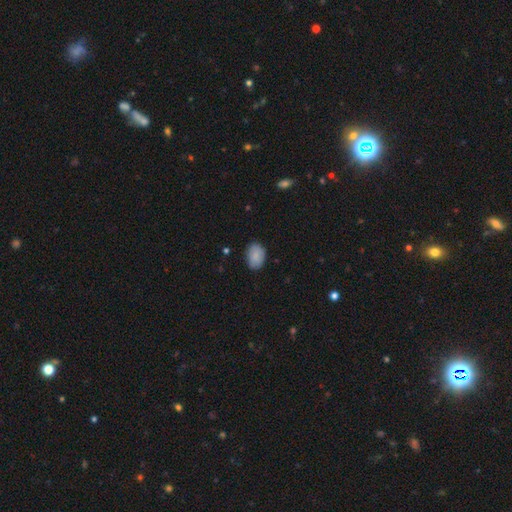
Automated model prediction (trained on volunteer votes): Q: Smooth or featured?
A: smooth (87%); runner-up: star or artifact (7%)
Q: How rounded?
A: in between (80%); runner-up: round (19%)
Q: Merging?
A: none (81%); runner-up: minor disturbance (15%)